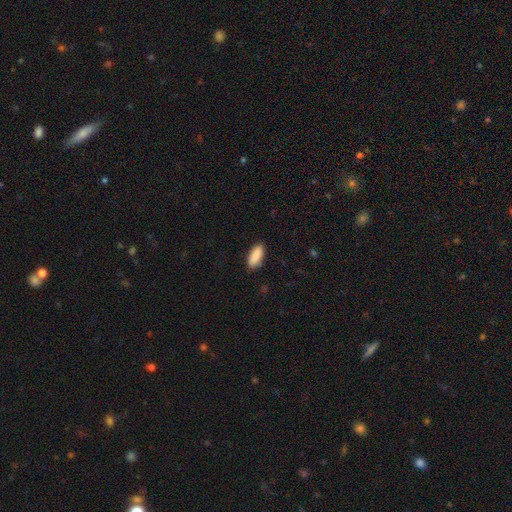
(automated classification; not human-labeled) Smooth or featured? smooth (90%)
How rounded? in between (77%)
Merging? none (87%)